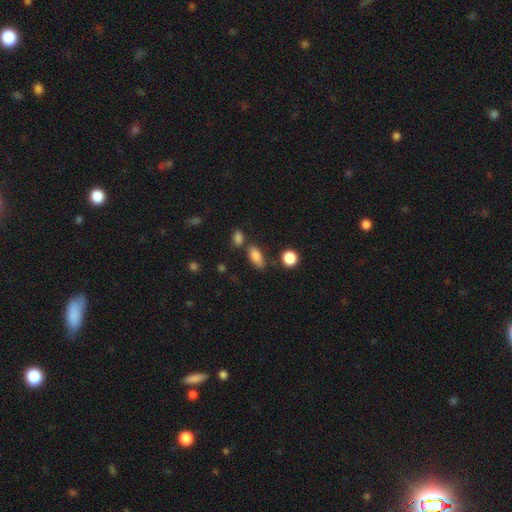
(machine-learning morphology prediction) A smooth galaxy with no disk features (83%) that is in between round and cigar-shaped (83%). Merging: none (68%).